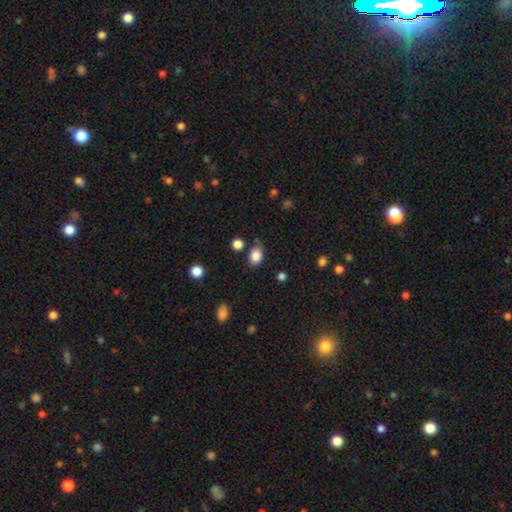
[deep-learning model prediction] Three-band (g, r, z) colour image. It shows a smooth galaxy with no disk features (84%) that is in between round and cigar-shaped (71%). Merging: none (69%).